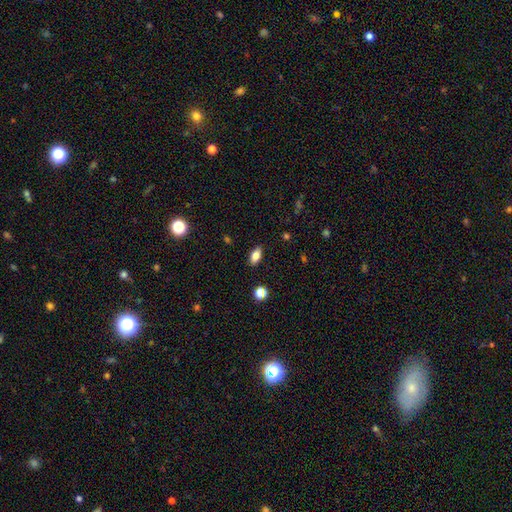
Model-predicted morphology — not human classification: This is likely a smooth galaxy (80%). How rounded: clearly in between (86%). Merging: clearly none (88%).